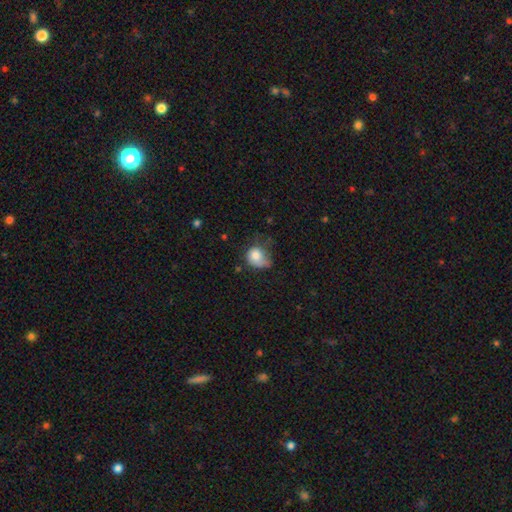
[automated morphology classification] This is likely a smooth galaxy (76%). How rounded: likely round (64%). Merging: marginally minor disturbance (36%).